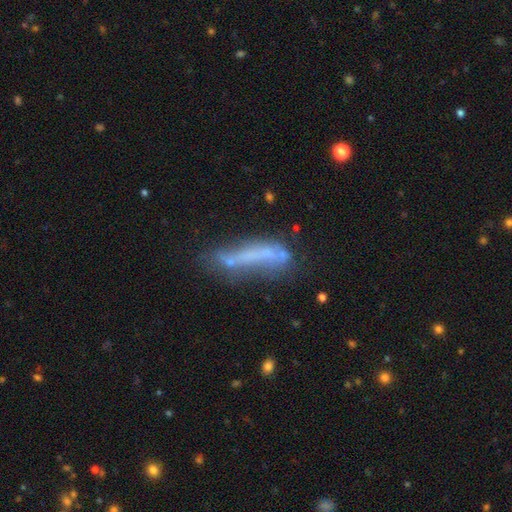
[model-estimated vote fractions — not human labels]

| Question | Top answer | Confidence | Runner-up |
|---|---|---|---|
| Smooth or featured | featured or disk | 45% | smooth (42%) |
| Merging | none | 45% | minor disturbance (24%) |